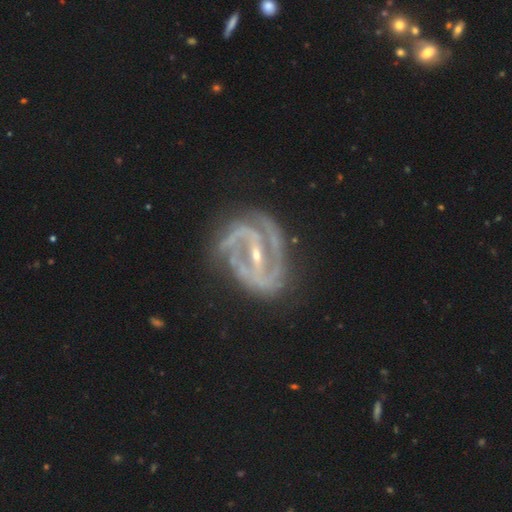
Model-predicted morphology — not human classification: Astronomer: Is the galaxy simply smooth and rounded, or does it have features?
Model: featured or disk — 91%.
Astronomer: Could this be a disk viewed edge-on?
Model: no — 97%.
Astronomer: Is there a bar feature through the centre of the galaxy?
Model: strong — 71%.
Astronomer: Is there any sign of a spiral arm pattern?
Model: yes — 96%.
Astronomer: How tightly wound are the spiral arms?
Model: medium — 45% (runner-up: tight, 42%).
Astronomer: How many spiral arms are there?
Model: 2 — 75%.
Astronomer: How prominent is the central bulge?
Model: small — 72%.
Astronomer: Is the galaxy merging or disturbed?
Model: none — 63%.